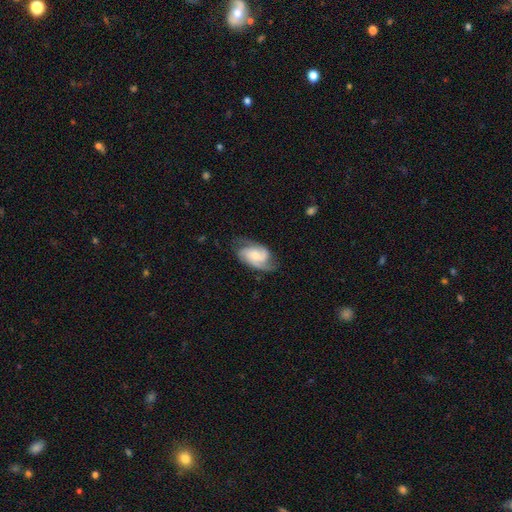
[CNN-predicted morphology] smooth-or-featured: featured or disk: 82% | smooth: 13% | star or artifact: 5%
  disk-edge-on: no: 97% | yes: 3%
    bar: no: 61% | weak: 32% | strong: 7%
    has-spiral-arms: yes: 97% | no: 3%
      spiral-winding: medium: 48% | tight: 35% | loose: 18%
      spiral-arm-count: 2: 56% | 3: 26% | can't tell: 9% | 1: 4% | 4: 3% | more than 4: 2%
    bulge-size: small: 43% | moderate: 41% | none: 8% | large: 6% | dominant: 2%
  merging: none: 67% | minor disturbance: 21% | major disturbance: 10% | merger: 1%